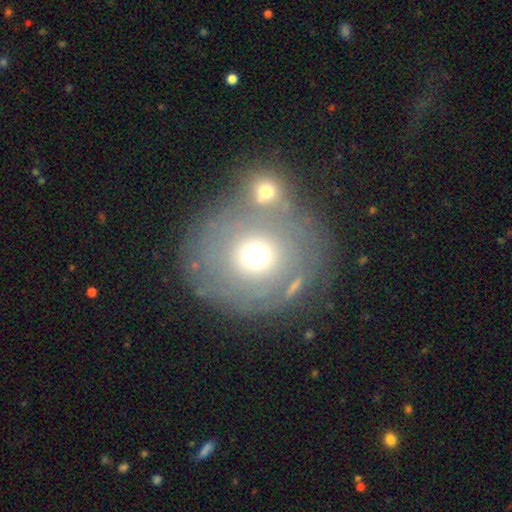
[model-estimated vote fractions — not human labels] Q: Smooth or featured?
A: smooth (52%); runner-up: featured or disk (36%)
Q: How rounded?
A: round (84%); runner-up: in between (15%)
Q: Merging?
A: none (49%); runner-up: merger (31%)